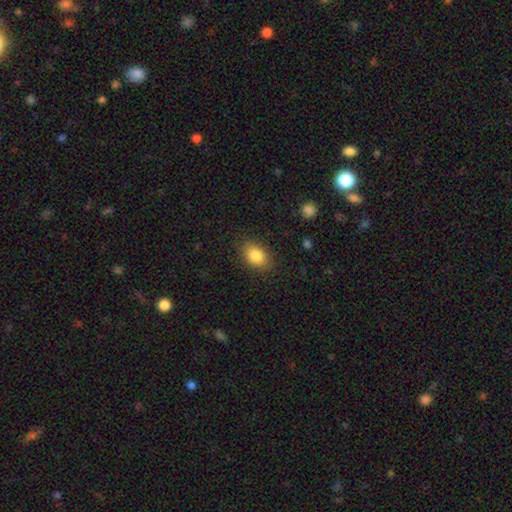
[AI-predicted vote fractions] Smooth or featured?
  - smooth: 85% *
  - star or artifact: 8%
  - featured or disk: 7%
How rounded?
  - in between: 81% *
  - round: 18%
  - cigar-shaped: 1%
Merging?
  - none: 85% *
  - minor disturbance: 11%
  - major disturbance: 3%
  - merger: 1%